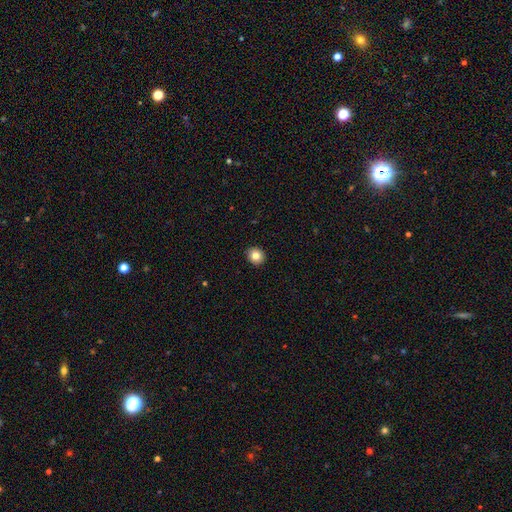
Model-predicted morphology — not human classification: Q: Smooth or featured?
A: smooth (82%); runner-up: star or artifact (10%)
Q: How rounded?
A: round (77%); runner-up: in between (22%)
Q: Merging?
A: none (92%); runner-up: minor disturbance (6%)